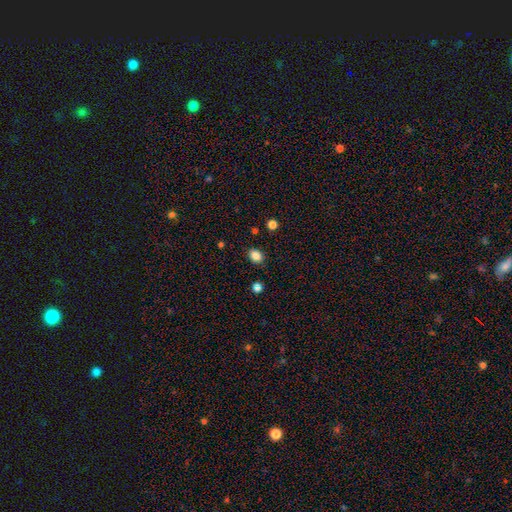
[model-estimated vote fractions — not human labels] This is clearly a smooth galaxy (85%). How rounded: likely in between (60%). Merging: clearly none (86%).